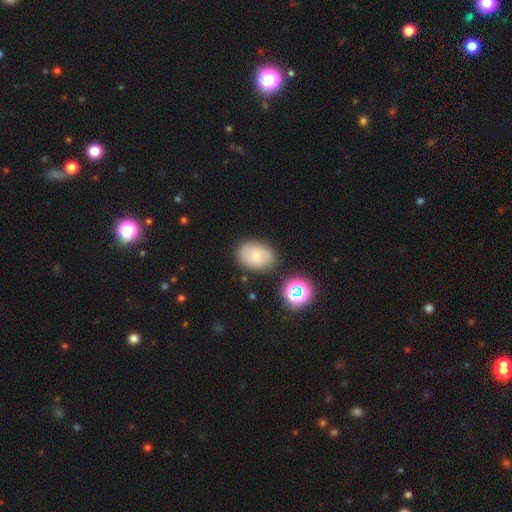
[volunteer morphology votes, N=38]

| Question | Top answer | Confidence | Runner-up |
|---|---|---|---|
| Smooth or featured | smooth | 79% | featured or disk (13%) |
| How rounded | round | 63% | in between (37%) |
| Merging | none | 71% | minor disturbance (20%) |